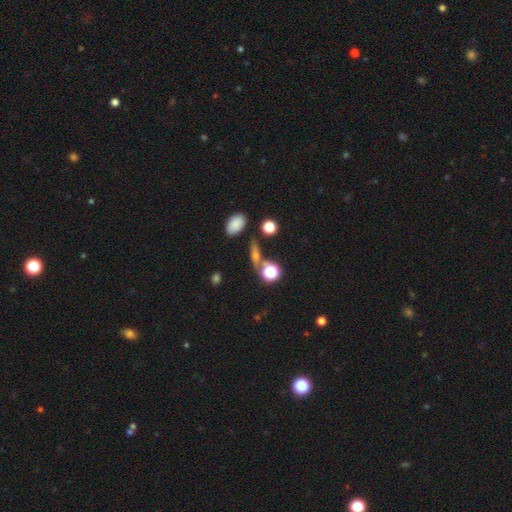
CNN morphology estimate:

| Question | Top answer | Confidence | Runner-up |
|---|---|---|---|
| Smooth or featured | smooth | 55% | featured or disk (24%) |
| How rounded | in between | 36% | round (34%) |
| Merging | none | 68% | merger (14%) |